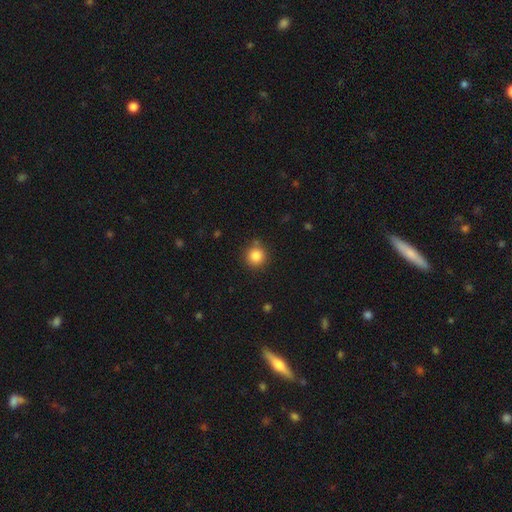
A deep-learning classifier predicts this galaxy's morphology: type=smooth (84%); roundness=round (93%); merging=none (83%).